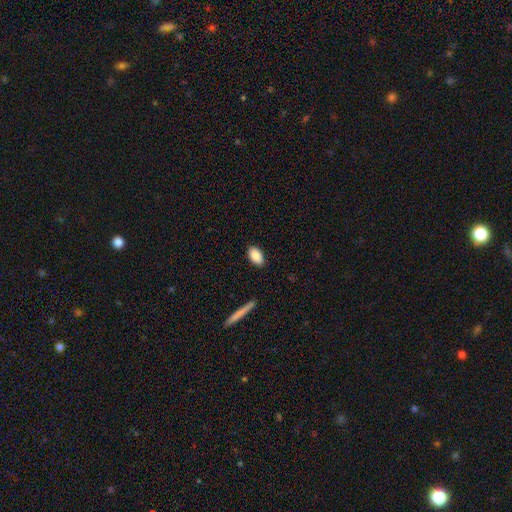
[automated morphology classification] A smooth galaxy with no disk features (86%) that is in between round and cigar-shaped (93%). Merging: none (88%).